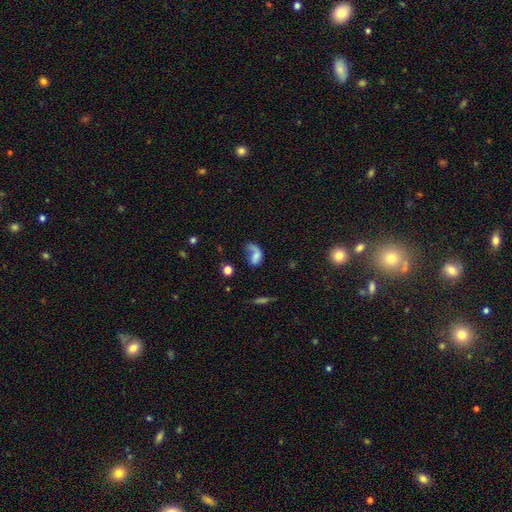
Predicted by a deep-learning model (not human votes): smooth_or_featured: smooth (p=0.47) [alt: featured or disk p=0.41]
merging: major disturbance (p=0.44) [alt: none p=0.27]